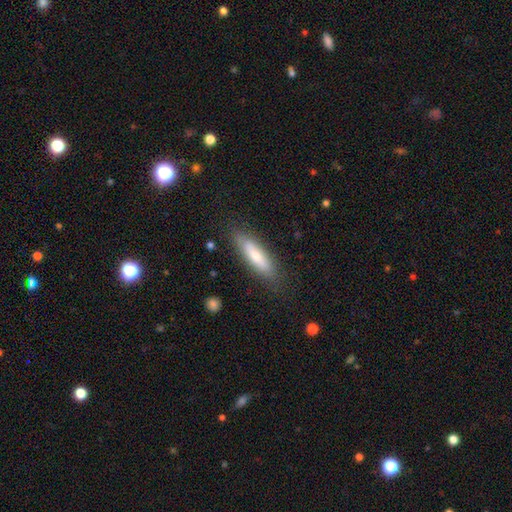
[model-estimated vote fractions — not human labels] smooth 68%, featured or disk 26%, star or artifact 6%. Down the decision tree: how rounded — cigar-shaped (66%); merging — none (82%).